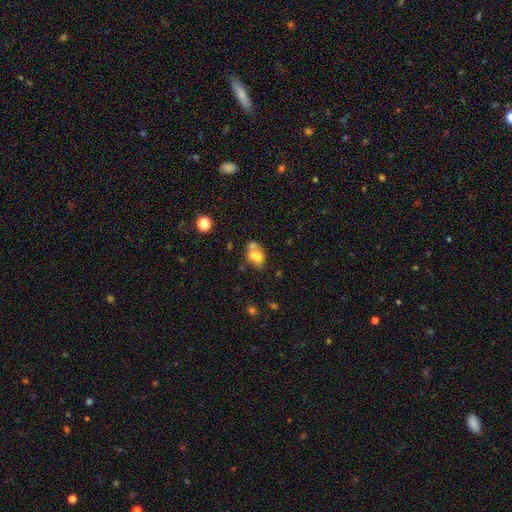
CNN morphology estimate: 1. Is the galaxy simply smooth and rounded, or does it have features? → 60% smooth, 27% featured or disk, 13% star or artifact.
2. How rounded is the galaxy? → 57% in between, 42% round, 2% cigar-shaped.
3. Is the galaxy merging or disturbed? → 54% merger, 31% none, 9% minor disturbance, 5% major disturbance.